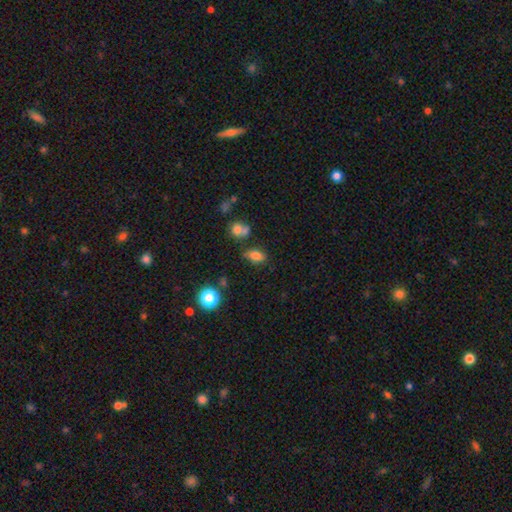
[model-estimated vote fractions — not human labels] smooth-or-featured: smooth: 79% | star or artifact: 13% | featured or disk: 8%
  how-rounded: in between: 83% | round: 12% | cigar-shaped: 4%
  merging: none: 64% | minor disturbance: 17% | merger: 13% | major disturbance: 6%